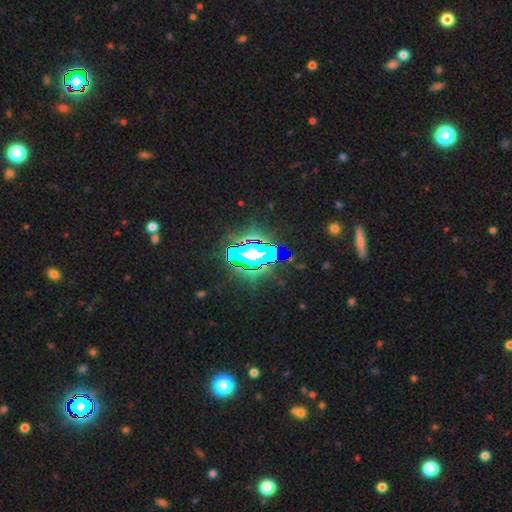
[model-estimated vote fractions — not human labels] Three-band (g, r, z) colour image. It shows a star or artifact, not a galaxy (59%).